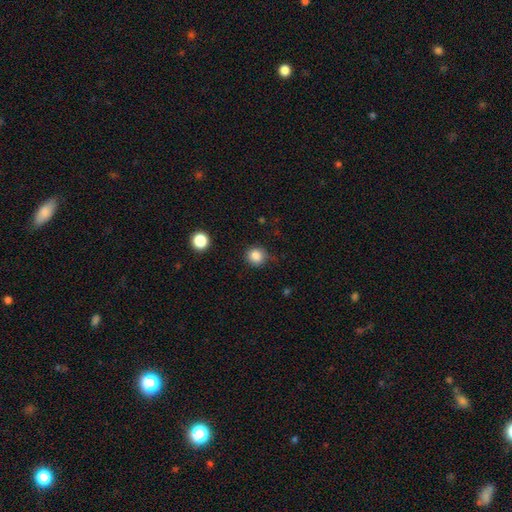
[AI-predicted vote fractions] Smooth or featured?
  - smooth: 85% *
  - star or artifact: 11%
  - featured or disk: 4%
How rounded?
  - round: 90% *
  - in between: 9%
  - cigar-shaped: 1%
Merging?
  - none: 79% *
  - minor disturbance: 15%
  - major disturbance: 4%
  - merger: 2%